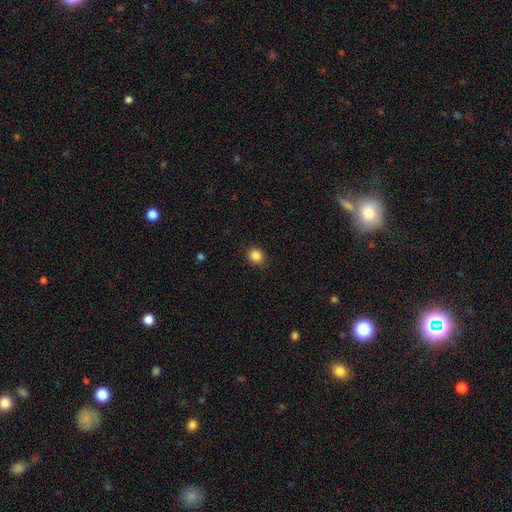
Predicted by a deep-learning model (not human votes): Smooth or featured: smooth — 86% (star or artifact — 10%)
How rounded: round — 74% (in between — 25%)
Merging: none — 89% (minor disturbance — 8%)